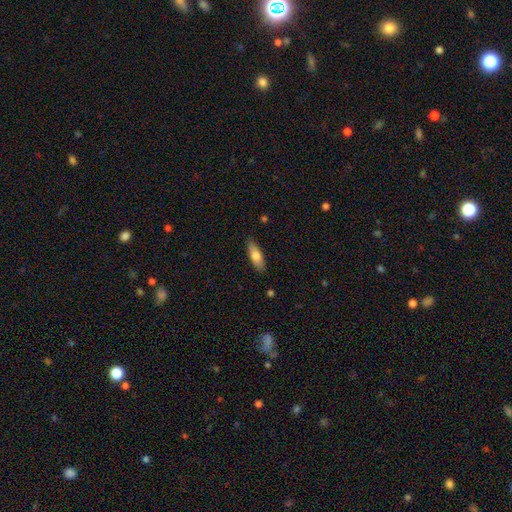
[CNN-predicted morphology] Smooth or featured?
  - smooth: 74% *
  - featured or disk: 20%
  - star or artifact: 6%
How rounded?
  - in between: 55% *
  - cigar-shaped: 43%
  - round: 2%
Merging?
  - none: 87% *
  - minor disturbance: 10%
  - major disturbance: 2%
  - merger: 1%